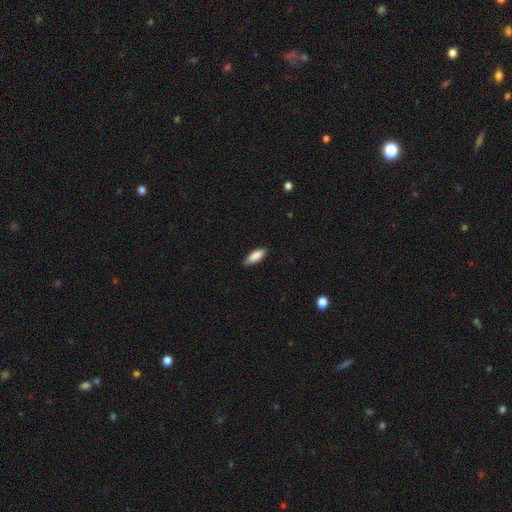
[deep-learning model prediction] A smooth galaxy with no disk features (86%) that is in between round and cigar-shaped (70%). Merging: none (78%).